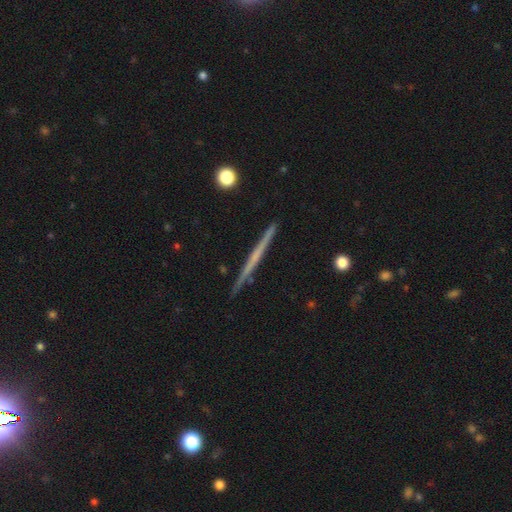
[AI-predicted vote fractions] A featured or disk galaxy (63%) viewed edge-on (98%) with no central bulge (82%). Merging: none (91%).